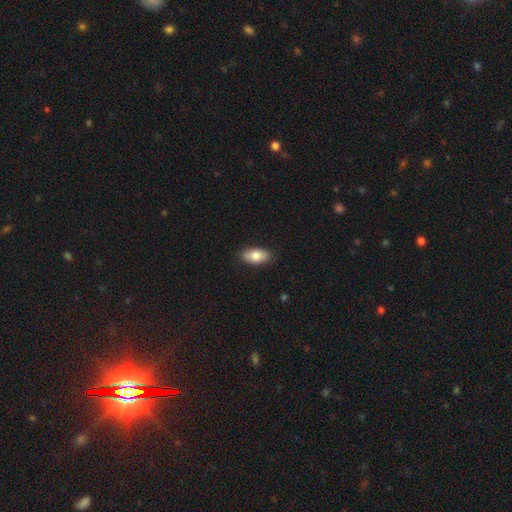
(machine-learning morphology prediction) Smooth or featured? smooth (78%)
How rounded? in between (91%)
Merging? none (88%)